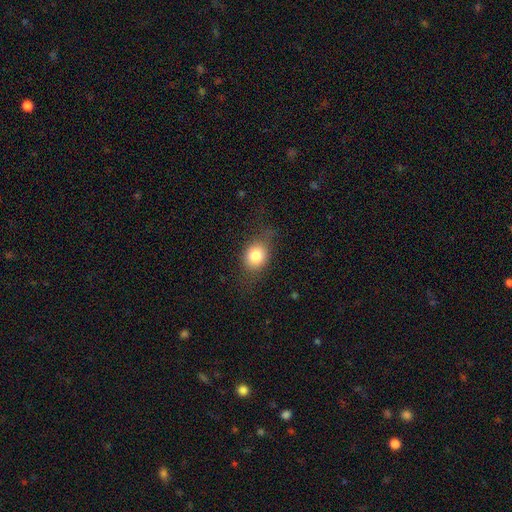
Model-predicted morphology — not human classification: smooth_or_featured: smooth (p=0.78) [alt: featured or disk p=0.13]
how_rounded: round (p=0.53) [alt: in between p=0.46]
merging: none (p=0.67) [alt: minor disturbance p=0.22]